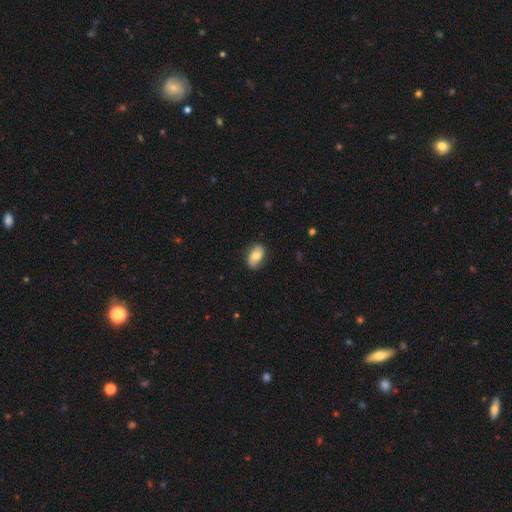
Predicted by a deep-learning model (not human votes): A smooth galaxy with no disk features (65%) that is in between round and cigar-shaped (89%). Merging: none (83%).